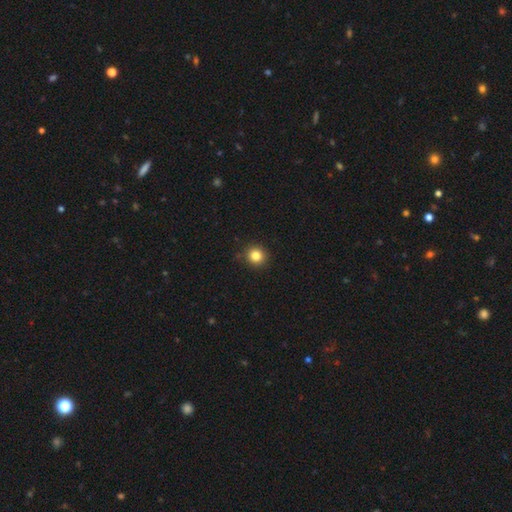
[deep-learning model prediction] The model was most divided on "smooth or featured": smooth: 83%, star or artifact: 12%, featured or disk: 6%. More confident: how rounded — round (92%); merging — none (91%).